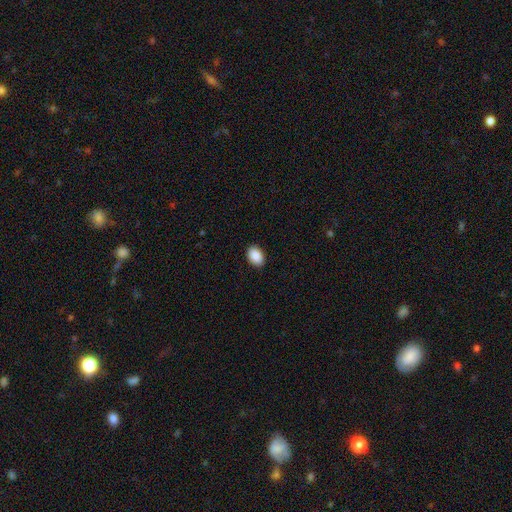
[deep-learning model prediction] smooth-or-featured: smooth: 90% | star or artifact: 7% | featured or disk: 3%
  how-rounded: in between: 85% | round: 14% | cigar-shaped: 1%
  merging: none: 89% | minor disturbance: 8% | major disturbance: 2% | merger: 1%